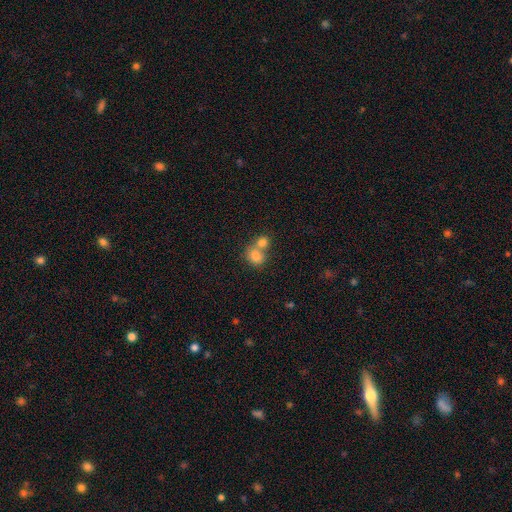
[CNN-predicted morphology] Smooth or featured?
  - smooth: 79% *
  - star or artifact: 11%
  - featured or disk: 10%
How rounded?
  - round: 61% *
  - in between: 38%
  - cigar-shaped: 1%
Merging?
  - merger: 57% *
  - none: 33%
  - minor disturbance: 7%
  - major disturbance: 3%